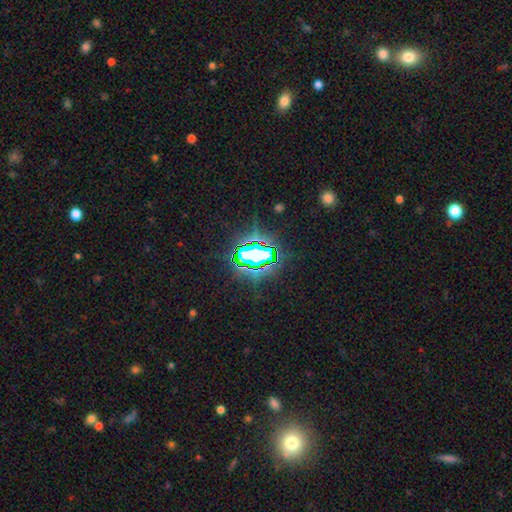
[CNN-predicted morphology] A star or artifact, not a galaxy (77%).

Vote fractions:
- Smooth or featured? star or artifact: 77% / smooth: 13% / featured or disk: 10%